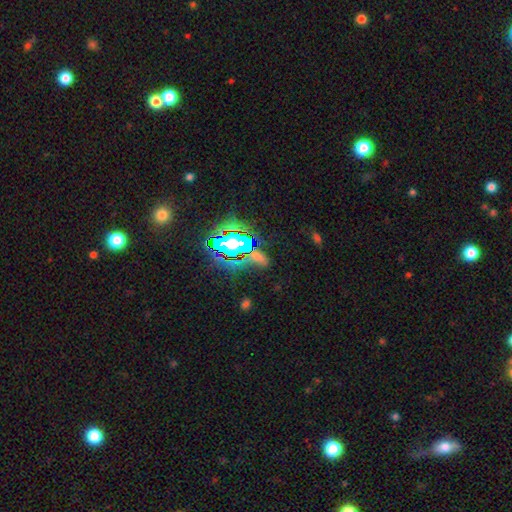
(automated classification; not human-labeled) This is likely a star or artifact rather than a galaxy (61%).